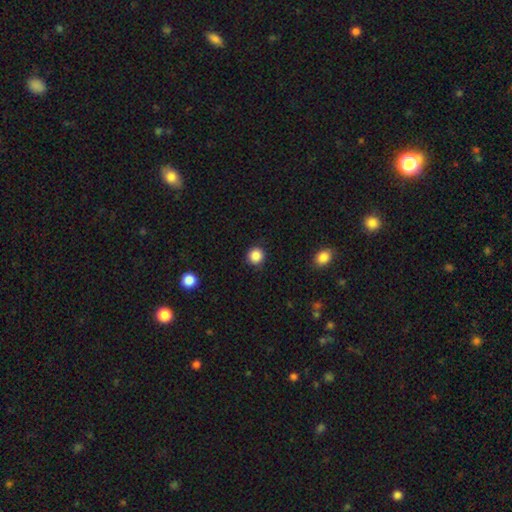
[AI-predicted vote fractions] The model was most divided on "smooth or featured": smooth: 87%, star or artifact: 10%, featured or disk: 3%. More confident: how rounded — round (94%); merging — none (91%).